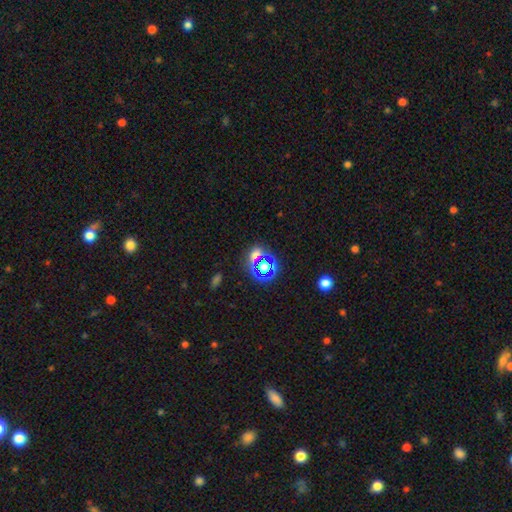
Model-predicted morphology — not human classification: A star or artifact, not a galaxy (51%).

Vote fractions:
- Smooth or featured? star or artifact: 51% / smooth: 39% / featured or disk: 11%